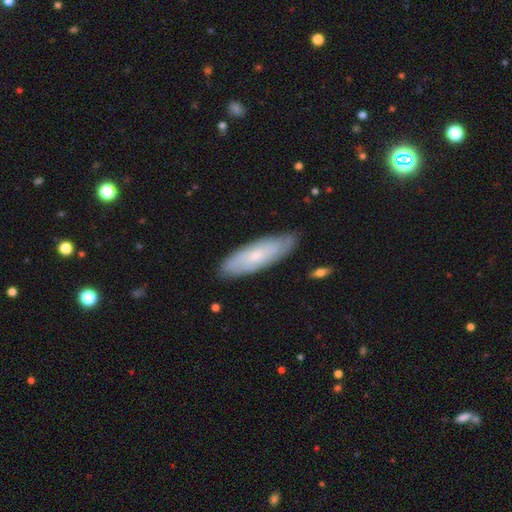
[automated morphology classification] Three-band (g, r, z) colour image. It shows a smooth galaxy with no disk features (51%) that is in between round and cigar-shaped (50%). Merging: none (84%).